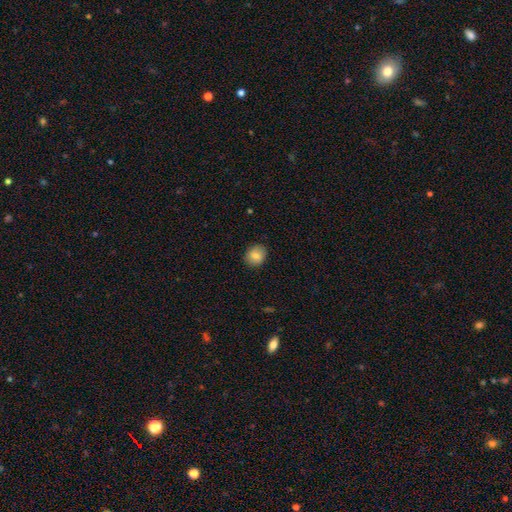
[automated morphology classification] The model was most divided on "how rounded": round: 71%, in between: 28%, cigar-shaped: 1%. More confident: merging — none (88%); smooth or featured — smooth (84%).